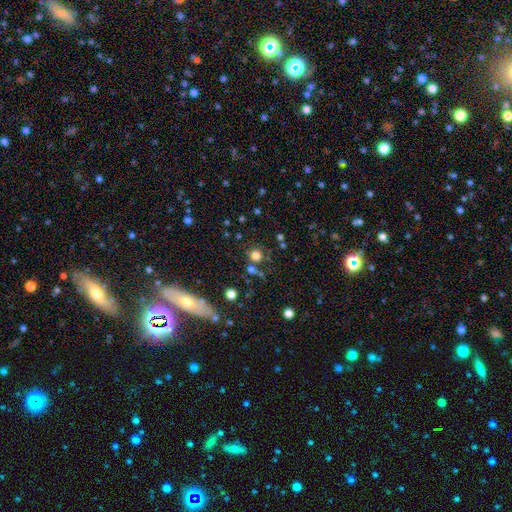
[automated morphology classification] This appears to be a smooth galaxy with no disk features (76%) that is round (92%). Merging: none (74%).